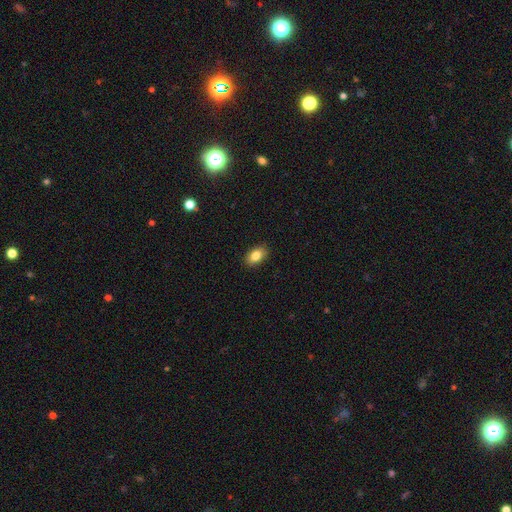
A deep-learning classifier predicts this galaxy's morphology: This appears to be a smooth galaxy with no disk features (84%) that is in between round and cigar-shaped (88%). Merging: none (89%).